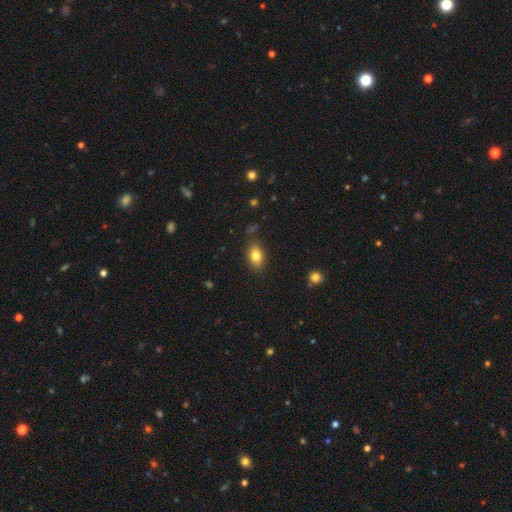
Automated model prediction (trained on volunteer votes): Q: Smooth or featured?
A: smooth (82%); runner-up: featured or disk (10%)
Q: How rounded?
A: in between (85%); runner-up: round (13%)
Q: Merging?
A: none (83%); runner-up: minor disturbance (12%)